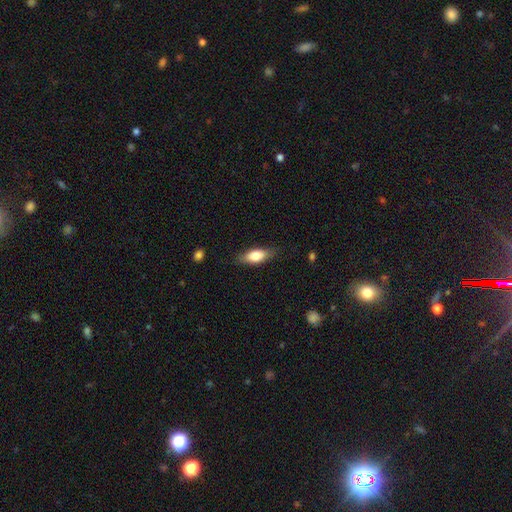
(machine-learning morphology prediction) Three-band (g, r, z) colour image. It shows a smooth galaxy with no disk features (72%) that is in between round and cigar-shaped (74%). Merging: none (79%).